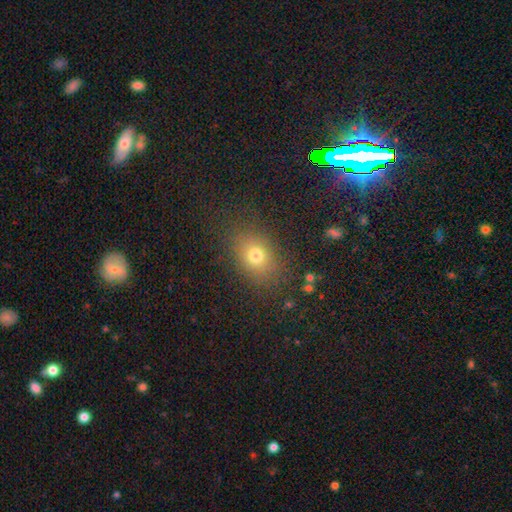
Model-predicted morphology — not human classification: The model was most divided on "how rounded": in between: 61%, round: 37%, cigar-shaped: 2%. More confident: merging — none (82%); smooth or featured — smooth (74%).